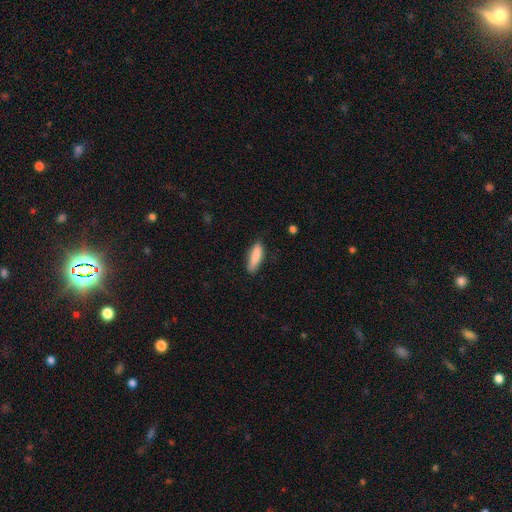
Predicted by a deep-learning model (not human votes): This is clearly a smooth galaxy (87%). How rounded: possibly cigar-shaped (58%). Merging: likely none (78%).